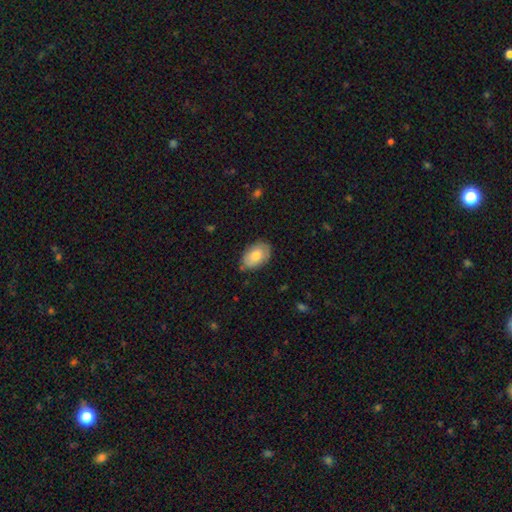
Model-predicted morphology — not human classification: Overall: smooth (74%). How rounded: in between (90%). Merging: none (75%).